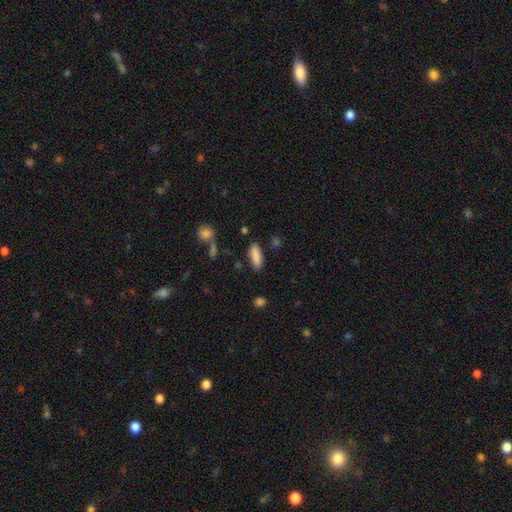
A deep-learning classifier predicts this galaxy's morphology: Q: Smooth or featured?
A: smooth (87%); runner-up: star or artifact (7%)
Q: How rounded?
A: in between (56%); runner-up: cigar-shaped (42%)
Q: Merging?
A: none (83%); runner-up: minor disturbance (11%)